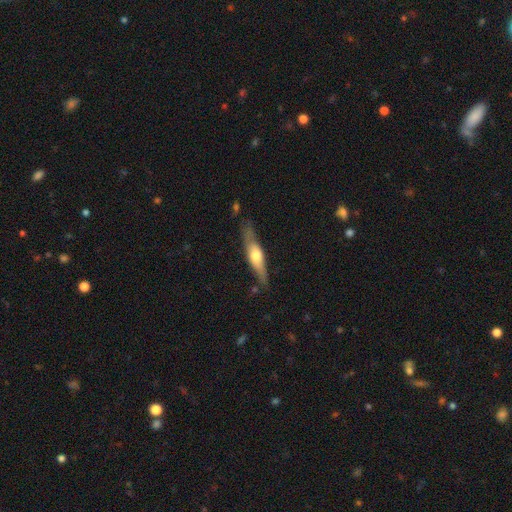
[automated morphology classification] Smooth or featured?
  - featured or disk: 53% *
  - smooth: 42%
  - star or artifact: 5%
Edge-on disk?
  - yes: 86% *
  - no: 14%
Merging?
  - none: 74% *
  - minor disturbance: 18%
  - major disturbance: 5%
  - merger: 3%